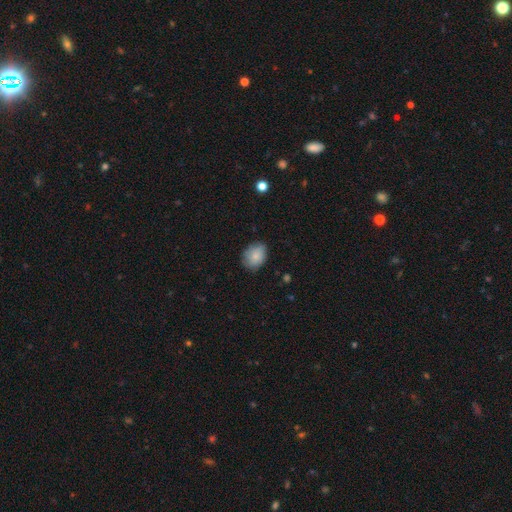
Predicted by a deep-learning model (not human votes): Smooth or featured? smooth (83%)
How rounded? in between (62%)
Merging? none (75%)